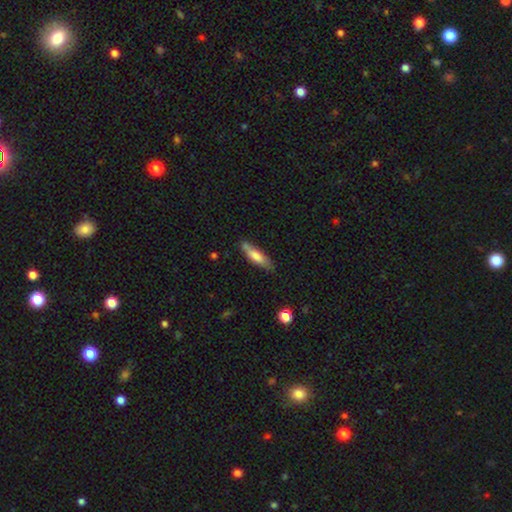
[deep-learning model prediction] A smooth galaxy with no disk features (71%) that is cigar-shaped (62%). Merging: none (66%).